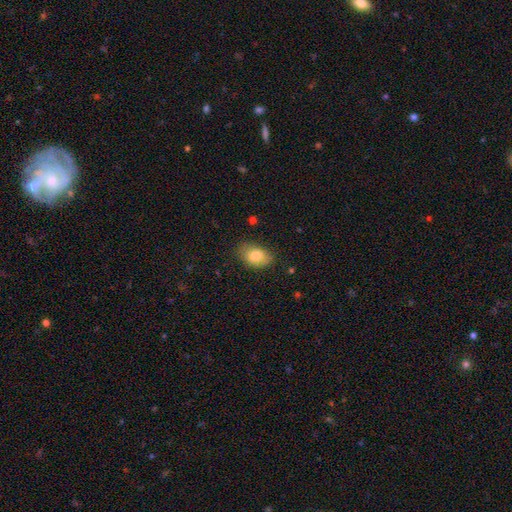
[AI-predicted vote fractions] Q: Smooth or featured?
A: smooth (80%); runner-up: featured or disk (12%)
Q: How rounded?
A: in between (85%); runner-up: round (13%)
Q: Merging?
A: none (76%); runner-up: minor disturbance (19%)